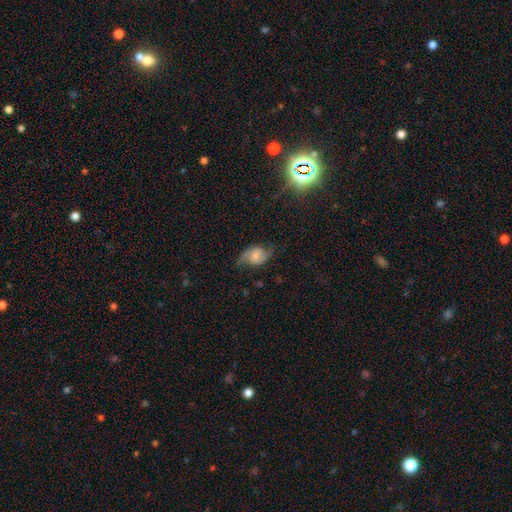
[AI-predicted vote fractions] Smooth or featured?
  - featured or disk: 57% *
  - smooth: 33%
  - star or artifact: 10%
Edge-on disk?
  - no: 96% *
  - yes: 4%
Bar?
  - no: 55% *
  - weak: 36%
  - strong: 9%
Spiral arms?
  - yes: 89% *
  - no: 11%
Bulge size?
  - small: 36% *
  - moderate: 35%
  - none: 16%
  - large: 11%
  - dominant: 3%
Merging?
  - none: 62% *
  - minor disturbance: 24%
  - major disturbance: 13%
  - merger: 2%